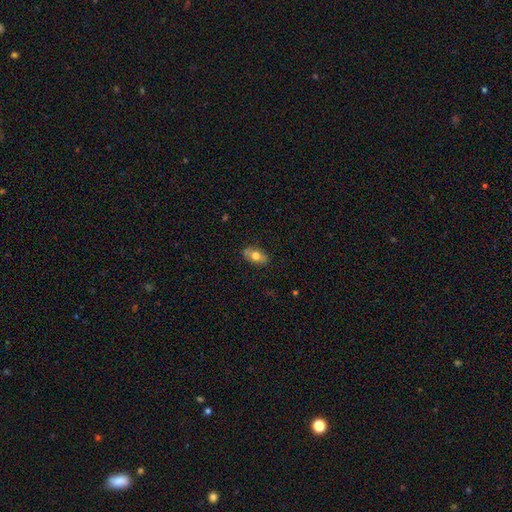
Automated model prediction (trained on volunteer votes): A smooth galaxy with no disk features (67%) that is in between round and cigar-shaped (89%). Merging: none (84%).